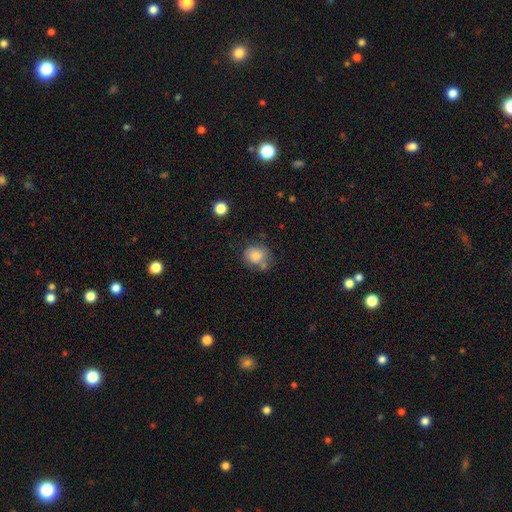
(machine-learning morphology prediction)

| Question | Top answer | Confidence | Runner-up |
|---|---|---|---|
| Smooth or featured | smooth | 81% | featured or disk (10%) |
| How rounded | round | 67% | in between (32%) |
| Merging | none | 56% | minor disturbance (22%) |